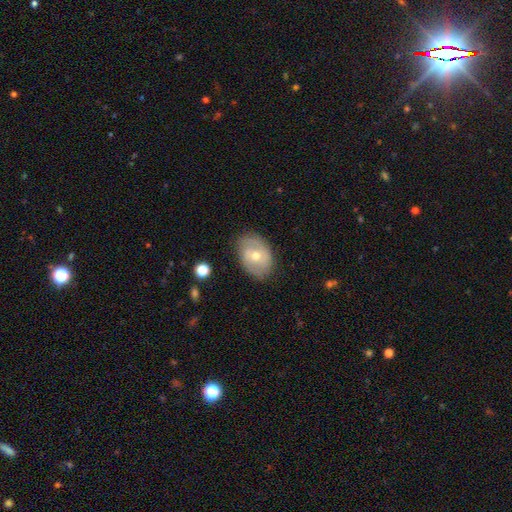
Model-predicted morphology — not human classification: Smooth or featured? featured or disk (59%)
Edge-on disk? no (94%)
Bar? no (61%)
Spiral arms? yes (65%)
Bulge size? moderate (60%)
Merging? none (77%)